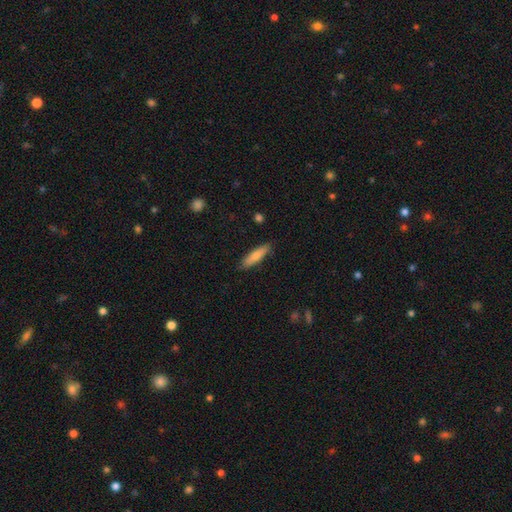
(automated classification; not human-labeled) smooth-or-featured: smooth: 71% | featured or disk: 23% | star or artifact: 6%
  how-rounded: cigar-shaped: 75% | in between: 23% | round: 2%
  merging: none: 87% | minor disturbance: 10% | major disturbance: 2% | merger: 1%